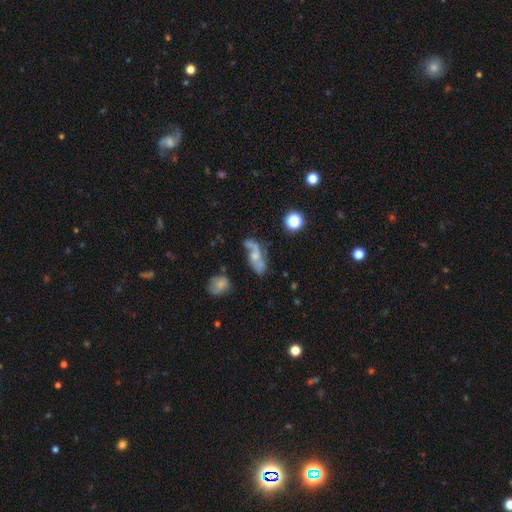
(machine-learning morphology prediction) Smooth or featured? Predicted: featured or disk (p=0.62). Edge-on disk? Predicted: no (p=0.90). Bar? Predicted: no (p=0.67). Spiral arms? Predicted: yes (p=0.79). Bulge size? Predicted: small (p=0.40). Merging? Predicted: none (p=0.42).